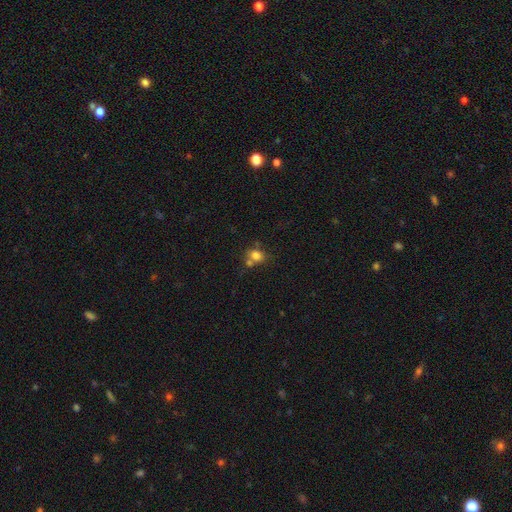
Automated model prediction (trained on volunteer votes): A smooth galaxy with no disk features (76%) that is in between round and cigar-shaped (49%, tied with round). Merging: none (46%).